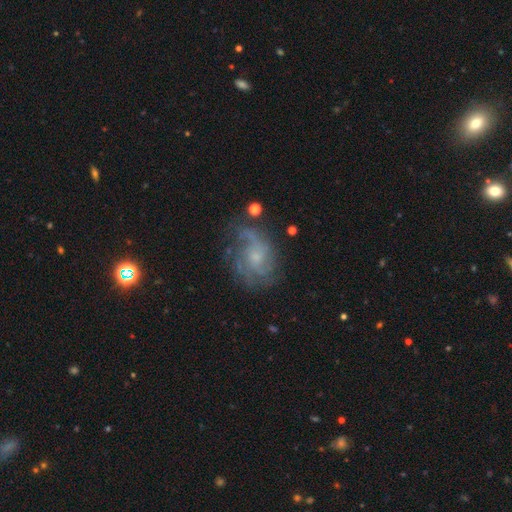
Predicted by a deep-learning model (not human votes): smooth_or_featured: featured or disk (p=0.77) [alt: smooth p=0.13]
disk_edge_on: no (p=0.97) [alt: yes p=0.03]
bar: no (p=0.66) [alt: weak p=0.30]
has_spiral_arms: yes (p=0.91) [alt: no p=0.09]
spiral_winding: medium (p=0.45) [alt: tight p=0.33]
spiral_arm_count: can't tell (p=0.31) [alt: 2 p=0.29]
bulge_size: small (p=0.58) [alt: moderate p=0.28]
merging: none (p=0.65) [alt: minor disturbance p=0.20]